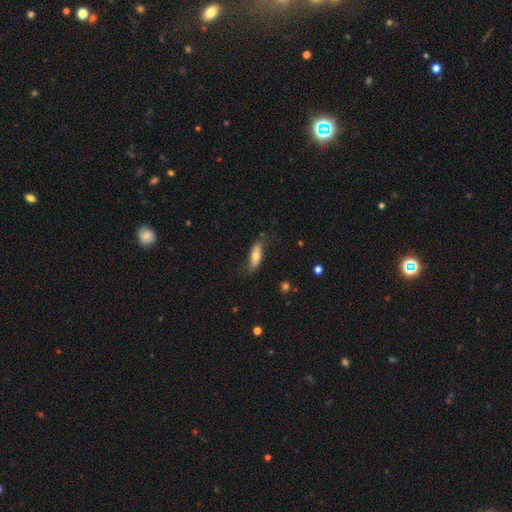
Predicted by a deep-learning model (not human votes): smooth_or_featured: smooth (p=0.60) [alt: featured or disk p=0.34]
how_rounded: in between (p=0.58) [alt: cigar-shaped p=0.39]
merging: none (p=0.68) [alt: minor disturbance p=0.23]